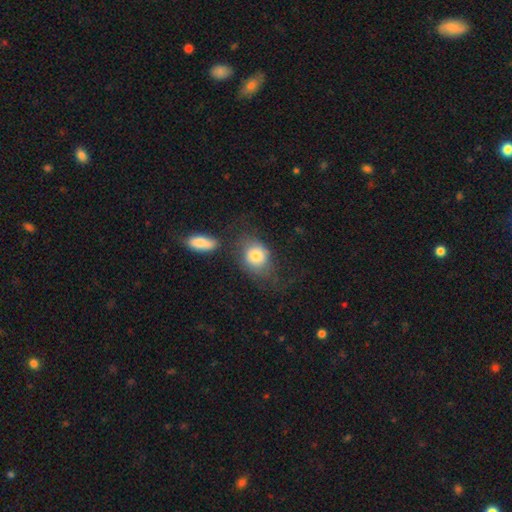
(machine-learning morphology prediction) Smooth or featured: smooth — 74% (featured or disk — 18%)
How rounded: round — 60% (in between — 39%)
Merging: none — 48% (minor disturbance — 20%)